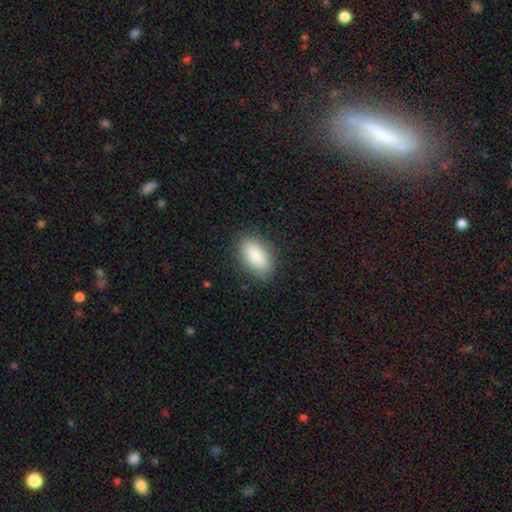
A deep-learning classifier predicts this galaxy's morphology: This is clearly a smooth galaxy (87%). How rounded: clearly in between (90%). Merging: clearly none (84%).